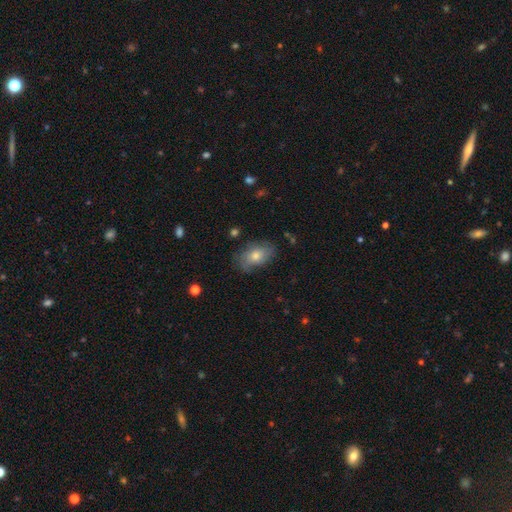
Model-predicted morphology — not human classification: smooth_or_featured: smooth (p=0.59) [alt: featured or disk p=0.30]
how_rounded: in between (p=0.87) [alt: round p=0.10]
merging: none (p=0.73) [alt: minor disturbance p=0.20]